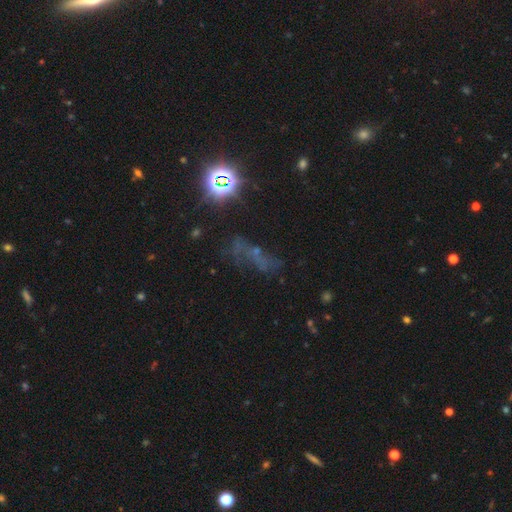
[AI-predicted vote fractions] Smooth or featured? star or artifact (45%)